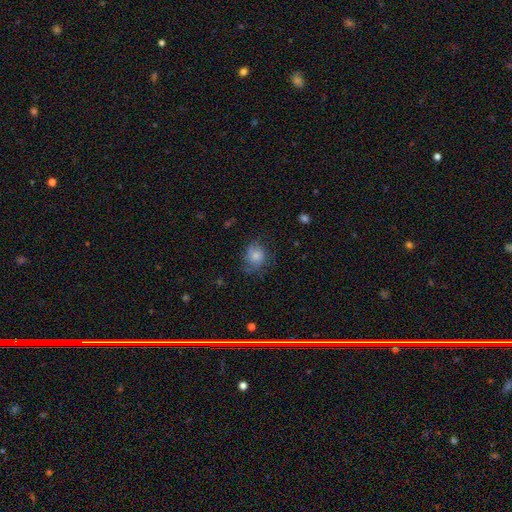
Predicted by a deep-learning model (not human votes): A smooth galaxy with no disk features (74%) that is round (66%).

Vote fractions:
- Smooth or featured? smooth: 74% / featured or disk: 16% / star or artifact: 10%
- How rounded? round: 66% / in between: 33% / cigar-shaped: 1%
- Merging? none: 57% / minor disturbance: 27% / major disturbance: 15% / merger: 2%